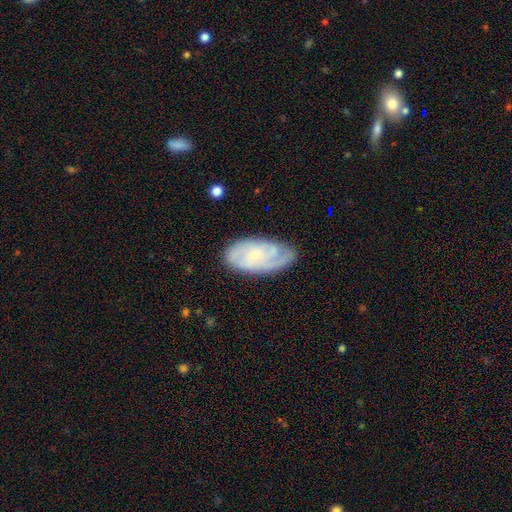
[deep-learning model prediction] Overall: featured or disk (69%). Edge-on disk: no (94%). Bar: no (75%). Spiral arms: yes (88%). Spiral arm count: can't tell (41%; 2 28%). Spiral winding: tight (59%; medium 31%). Bulge size: small (76%). Merging: none (69%).